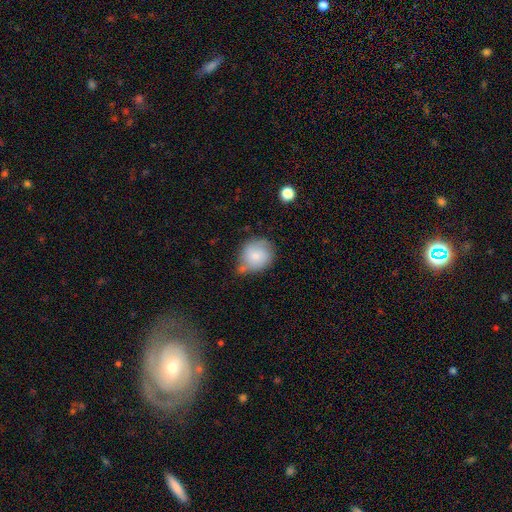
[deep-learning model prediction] Smooth or featured? Predicted: smooth (p=0.72). How rounded? Predicted: round (p=0.76). Merging? Predicted: none (p=0.48).